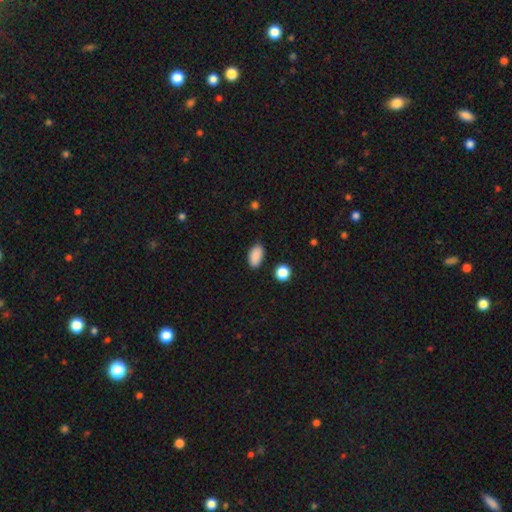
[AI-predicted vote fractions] Smooth or featured?
  - smooth: 89% *
  - star or artifact: 8%
  - featured or disk: 3%
How rounded?
  - in between: 92% *
  - round: 6%
  - cigar-shaped: 2%
Merging?
  - none: 85% *
  - minor disturbance: 10%
  - major disturbance: 2%
  - merger: 2%